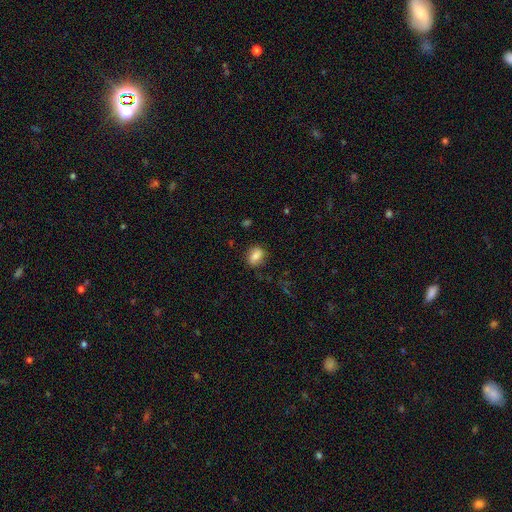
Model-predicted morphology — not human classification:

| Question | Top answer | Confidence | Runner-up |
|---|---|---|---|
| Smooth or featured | smooth | 82% | star or artifact (9%) |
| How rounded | in between | 70% | round (28%) |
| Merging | none | 81% | minor disturbance (14%) |